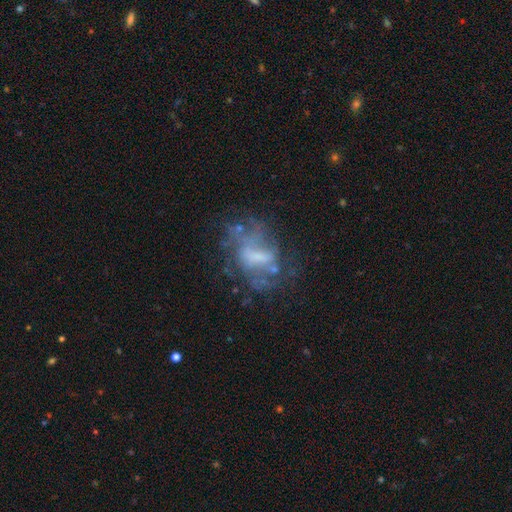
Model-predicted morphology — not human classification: Smooth or featured? Predicted: featured or disk (p=0.65). Edge-on disk? Predicted: no (p=0.96). Bar? Predicted: weak (p=0.41). Spiral arms? Predicted: no (p=0.55). Bulge size? Predicted: none (p=0.35). Merging? Predicted: none (p=0.47).